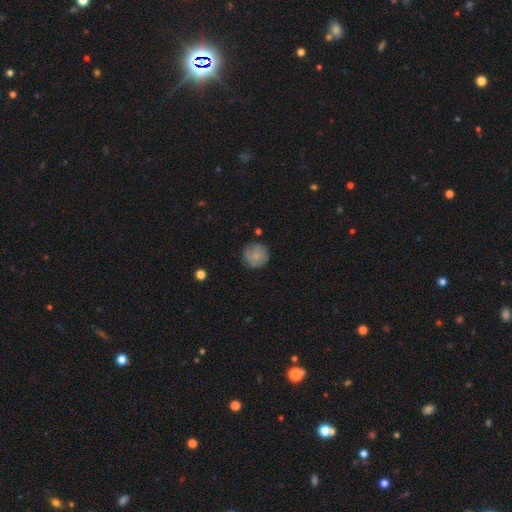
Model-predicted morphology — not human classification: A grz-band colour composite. It shows a smooth galaxy with no disk features (75%) that is round (93%). Merging: none (79%).